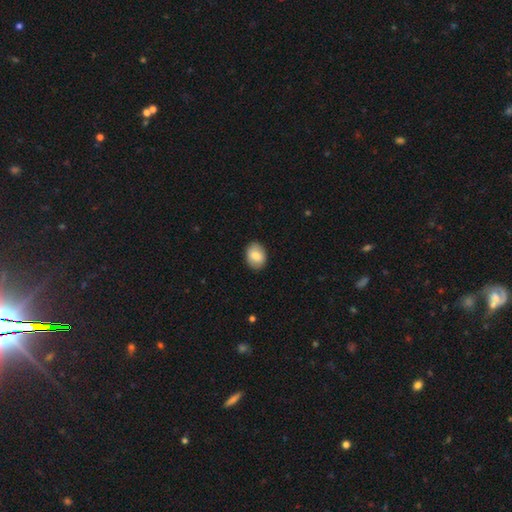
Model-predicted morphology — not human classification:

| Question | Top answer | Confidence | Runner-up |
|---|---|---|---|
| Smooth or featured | smooth | 83% | featured or disk (10%) |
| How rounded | in between | 68% | round (31%) |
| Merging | none | 88% | minor disturbance (9%) |